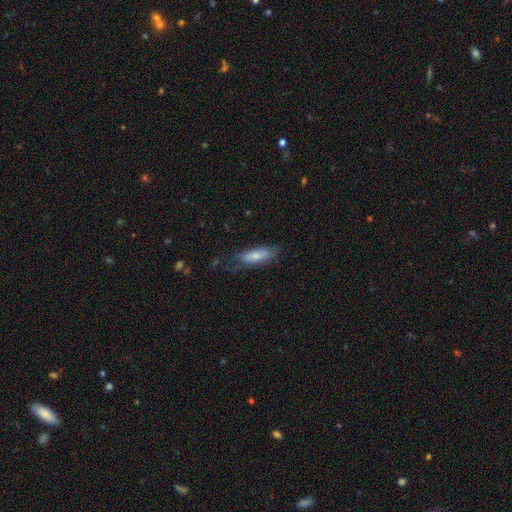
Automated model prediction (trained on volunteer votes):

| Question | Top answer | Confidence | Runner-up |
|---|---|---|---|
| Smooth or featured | smooth | 68% | featured or disk (25%) |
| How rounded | in between | 61% | cigar-shaped (37%) |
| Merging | none | 53% | minor disturbance (29%) |